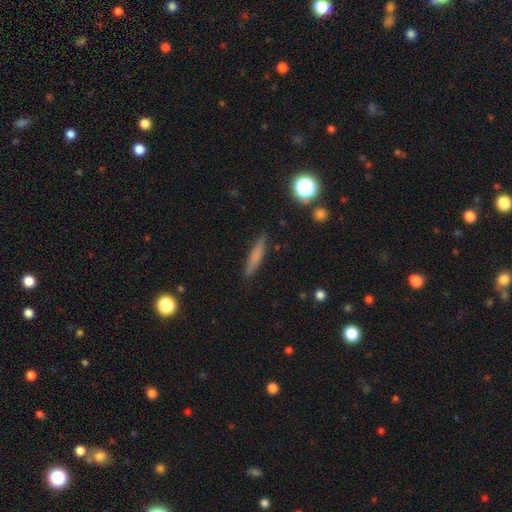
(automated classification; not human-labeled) smooth-or-featured: smooth: 64% | featured or disk: 27% | star or artifact: 9%
  how-rounded: cigar-shaped: 89% | in between: 8% | round: 2%
  merging: none: 88% | minor disturbance: 9% | major disturbance: 2% | merger: 1%